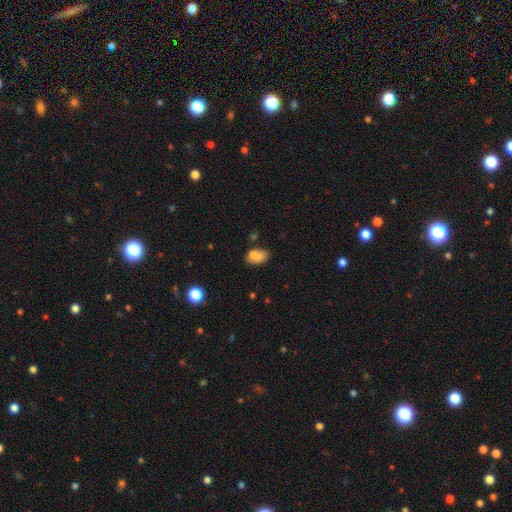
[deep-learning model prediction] Overall: smooth (75%). How rounded: in between (83%). Merging: none (53%; merger 21%).